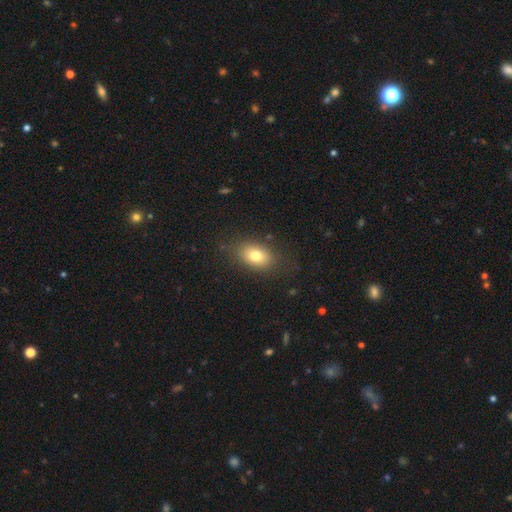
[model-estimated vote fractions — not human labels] The model was most divided on "how rounded": in between: 81%, round: 17%, cigar-shaped: 2%. More confident: merging — none (81%); smooth or featured — smooth (78%).